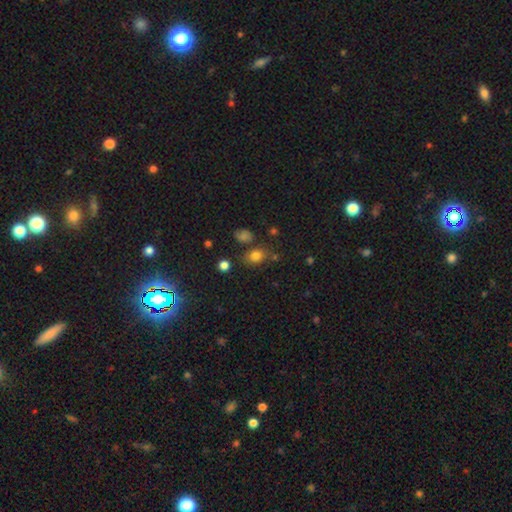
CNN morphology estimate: smooth-or-featured: smooth: 79% | star or artifact: 14% | featured or disk: 7%
  how-rounded: in between: 61% | round: 38% | cigar-shaped: 1%
  merging: none: 71% | minor disturbance: 16% | merger: 8% | major disturbance: 5%